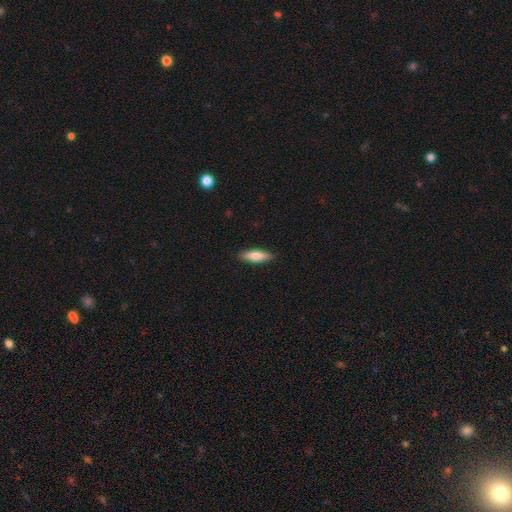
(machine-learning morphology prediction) Q: Smooth or featured?
A: smooth (75%); runner-up: featured or disk (20%)
Q: How rounded?
A: cigar-shaped (51%); runner-up: in between (47%)
Q: Merging?
A: none (89%); runner-up: minor disturbance (8%)